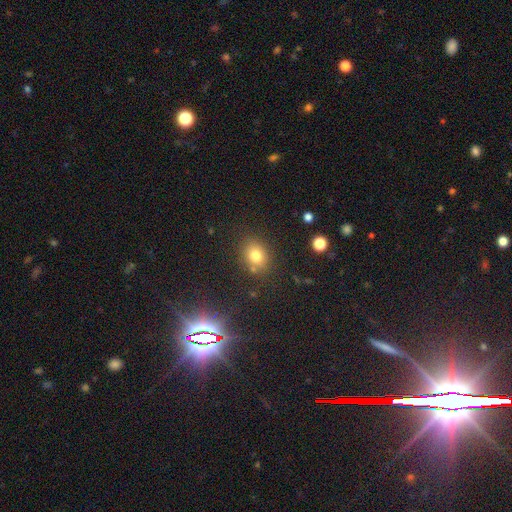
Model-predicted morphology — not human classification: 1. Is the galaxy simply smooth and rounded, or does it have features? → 76% smooth, 15% star or artifact, 9% featured or disk.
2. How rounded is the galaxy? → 60% round, 39% in between, 1% cigar-shaped.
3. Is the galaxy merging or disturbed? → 79% none, 11% minor disturbance, 6% merger, 4% major disturbance.